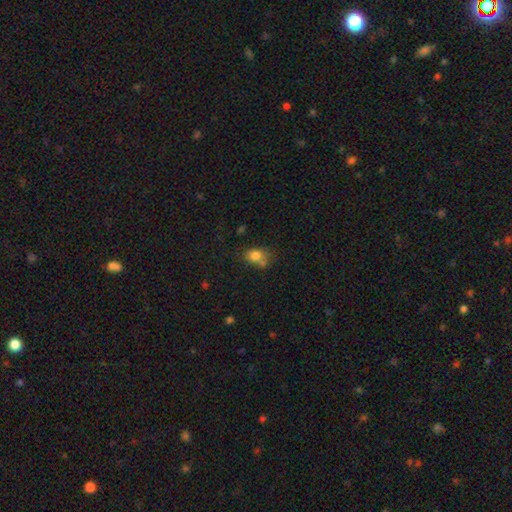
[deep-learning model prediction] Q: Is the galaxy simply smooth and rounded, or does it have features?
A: smooth — 78%.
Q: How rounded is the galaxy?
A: in between — 55%.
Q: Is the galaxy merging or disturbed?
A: none — 50%.